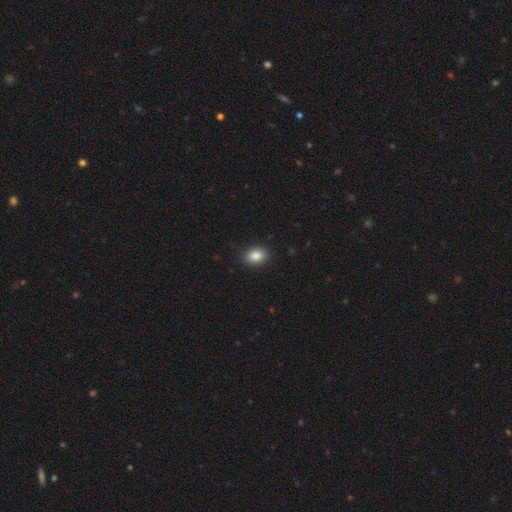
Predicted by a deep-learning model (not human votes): smooth 86%, star or artifact 9%, featured or disk 5%. Down the decision tree: how rounded — in between (66%); merging — none (89%).